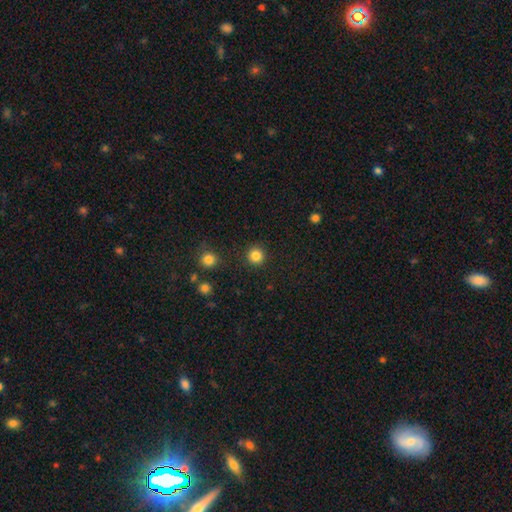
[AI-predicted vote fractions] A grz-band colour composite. It shows a smooth galaxy with no disk features (84%) that is round (95%). Merging: none (92%).